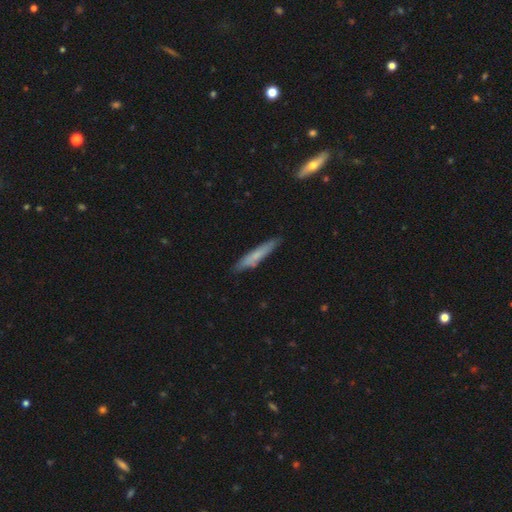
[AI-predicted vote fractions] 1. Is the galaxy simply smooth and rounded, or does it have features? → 62% smooth, 32% featured or disk, 6% star or artifact.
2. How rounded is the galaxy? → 92% cigar-shaped, 7% in between, 1% round.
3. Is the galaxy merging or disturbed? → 83% none, 13% minor disturbance, 2% major disturbance, 2% merger.